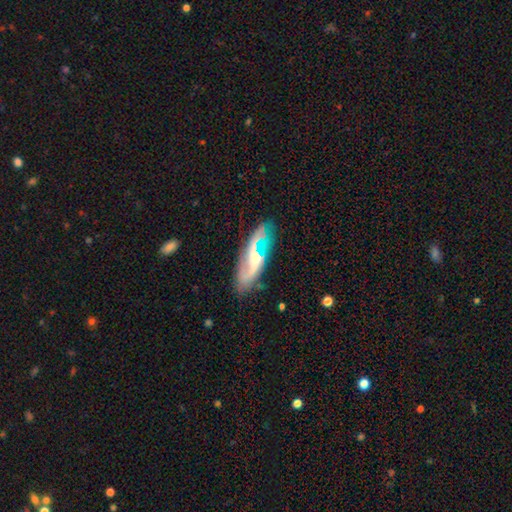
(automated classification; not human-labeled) Morphology: type=featured or disk (82%); edge-on=no (89%); bar=weak (49%); spiral arms=yes (94%); winding=loose (57%); arm count=2 (88%); bulge=small (42%); merging=none (73%).